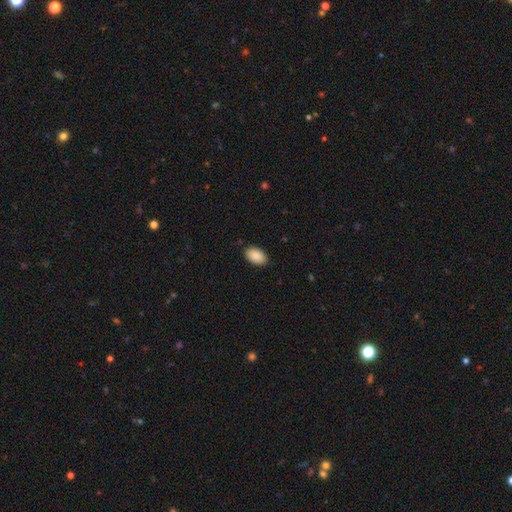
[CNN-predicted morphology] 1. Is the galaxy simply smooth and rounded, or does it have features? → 90% smooth, 7% star or artifact, 4% featured or disk.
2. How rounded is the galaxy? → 93% in between, 6% round, 1% cigar-shaped.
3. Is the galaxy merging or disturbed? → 88% none, 10% minor disturbance, 2% major disturbance, 1% merger.